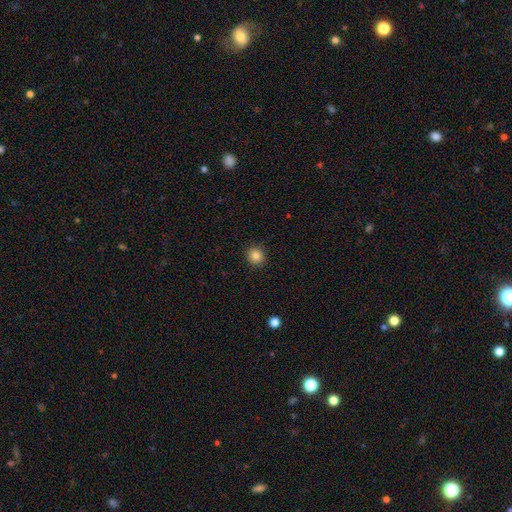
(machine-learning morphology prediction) smooth 84%, star or artifact 11%, featured or disk 5%. Down the decision tree: how rounded — round (88%); merging — none (91%).